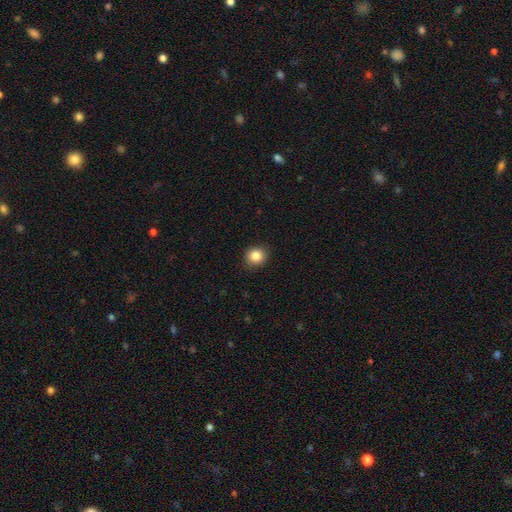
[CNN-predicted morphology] Smooth or featured? smooth (85%)
How rounded? round (83%)
Merging? none (90%)